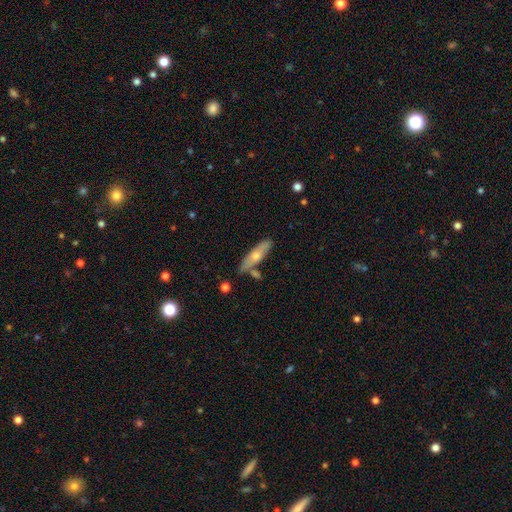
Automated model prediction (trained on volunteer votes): This is possibly a smooth galaxy (52%). How rounded: likely cigar-shaped (70%). Merging: likely none (75%).